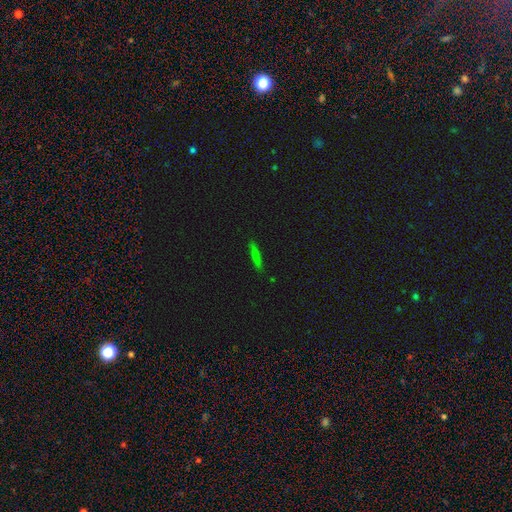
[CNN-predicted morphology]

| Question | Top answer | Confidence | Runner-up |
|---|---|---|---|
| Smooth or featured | smooth | 72% | featured or disk (19%) |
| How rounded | cigar-shaped | 92% | in between (7%) |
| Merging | none | 88% | minor disturbance (9%) |